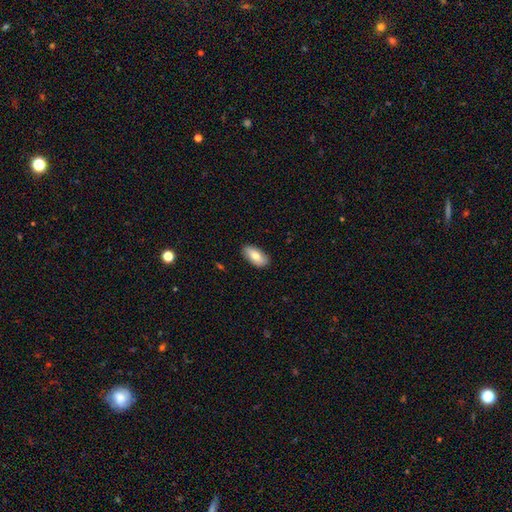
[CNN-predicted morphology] Overall: smooth (75%). How rounded: in between (91%). Merging: none (86%).